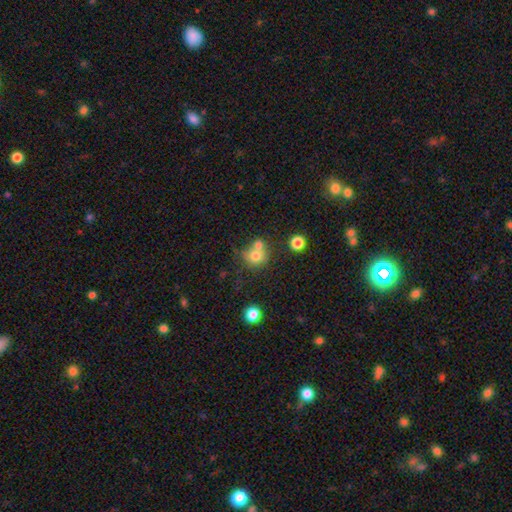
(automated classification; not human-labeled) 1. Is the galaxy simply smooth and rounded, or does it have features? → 72% smooth, 15% featured or disk, 13% star or artifact.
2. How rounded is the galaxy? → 81% round, 18% in between, 1% cigar-shaped.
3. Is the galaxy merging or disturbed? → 43% merger, 42% none, 10% minor disturbance, 5% major disturbance.